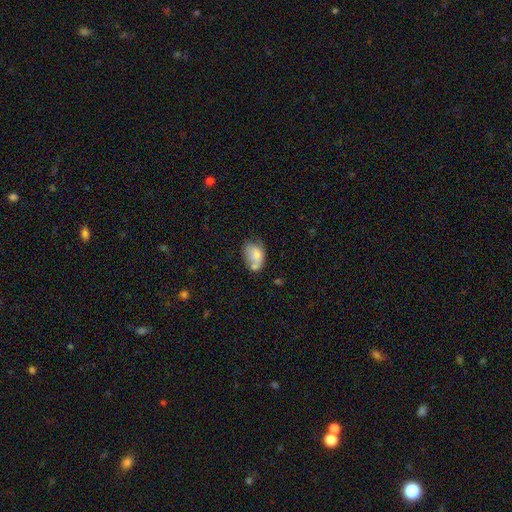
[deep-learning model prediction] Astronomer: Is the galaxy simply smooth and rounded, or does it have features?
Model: smooth — 73%.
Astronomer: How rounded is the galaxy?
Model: in between — 77%.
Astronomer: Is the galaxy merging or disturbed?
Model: none — 35% (runner-up: merger, 30%).